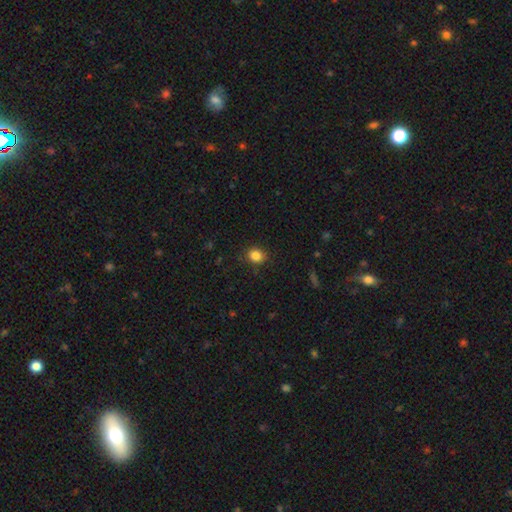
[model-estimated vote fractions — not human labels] The model was most divided on "how rounded": round: 68%, in between: 31%, cigar-shaped: 1%. More confident: merging — none (87%); smooth or featured — smooth (85%).